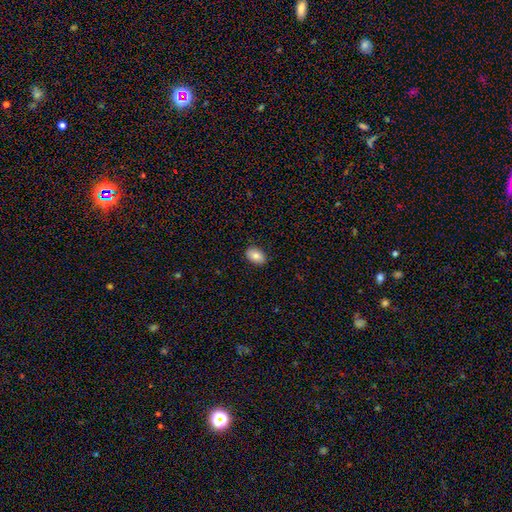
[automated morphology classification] The model was most divided on "smooth or featured": smooth: 81%, featured or disk: 11%, star or artifact: 8%. More confident: how rounded — in between (88%); merging — none (88%).